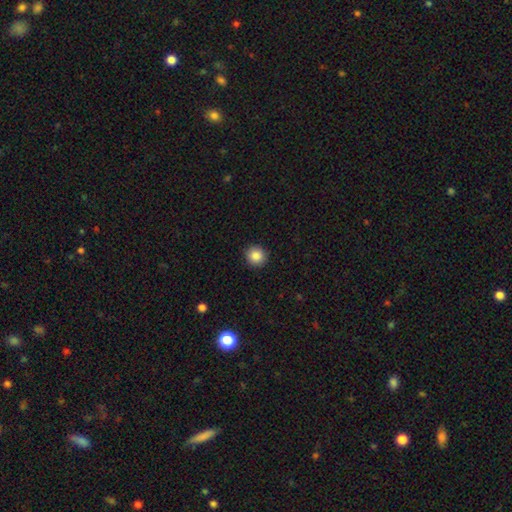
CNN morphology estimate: smooth 87%, star or artifact 9%, featured or disk 4%. Down the decision tree: how rounded — round (92%); merging — none (92%).